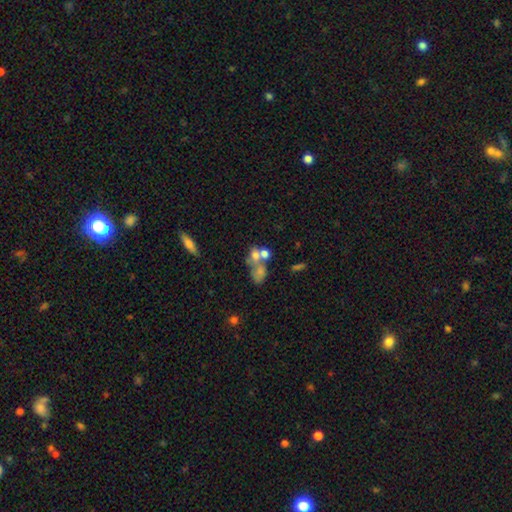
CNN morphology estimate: smooth_or_featured: smooth (p=0.55) [alt: featured or disk p=0.31]
how_rounded: in between (p=0.55) [alt: round p=0.42]
merging: merger (p=0.58) [alt: none p=0.22]